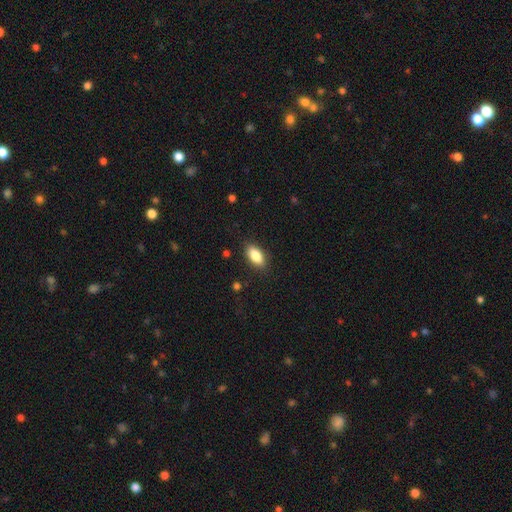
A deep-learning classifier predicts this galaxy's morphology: This is clearly a smooth galaxy (84%). How rounded: clearly in between (89%). Merging: clearly none (85%).